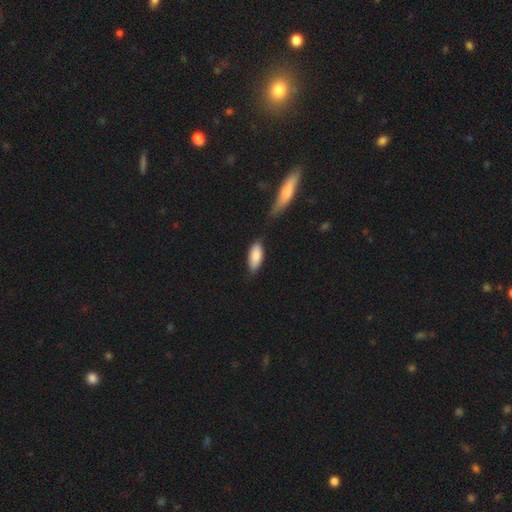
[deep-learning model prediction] A smooth galaxy with no disk features (85%) that is in between round and cigar-shaped (82%).

Vote fractions:
- Smooth or featured? smooth: 85% / featured or disk: 9% / star or artifact: 6%
- How rounded? in between: 82% / cigar-shaped: 16% / round: 2%
- Merging? none: 69% / minor disturbance: 22% / merger: 5% / major disturbance: 4%